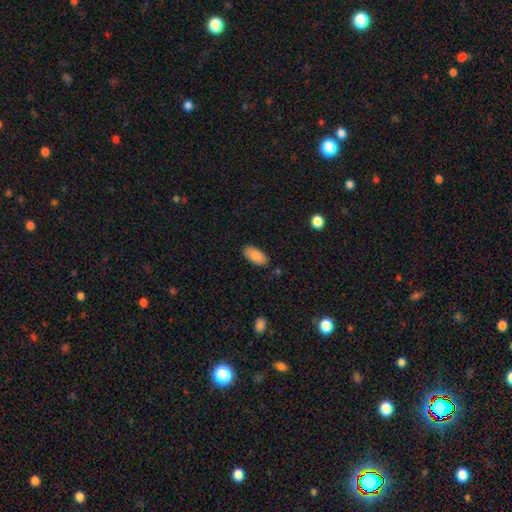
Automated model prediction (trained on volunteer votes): Smooth or featured?
  - smooth: 87% *
  - star or artifact: 7%
  - featured or disk: 6%
How rounded?
  - in between: 94% *
  - cigar-shaped: 4%
  - round: 2%
Merging?
  - none: 84% *
  - minor disturbance: 11%
  - major disturbance: 3%
  - merger: 2%